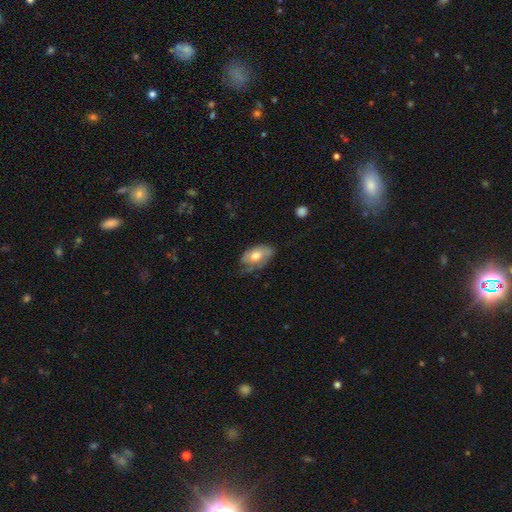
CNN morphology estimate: smooth-or-featured: smooth: 57% | featured or disk: 37% | star or artifact: 6%
  how-rounded: in between: 91% | round: 6% | cigar-shaped: 3%
  merging: none: 49% | minor disturbance: 35% | major disturbance: 15% | merger: 2%